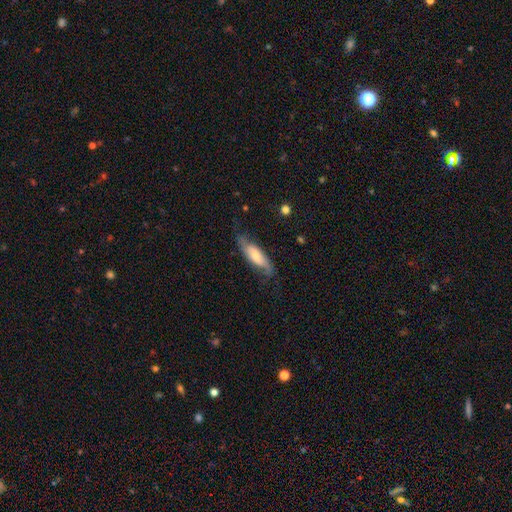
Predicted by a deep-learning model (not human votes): Morphology: type=featured or disk (52%); edge-on=no (75%); merging=none (65%).